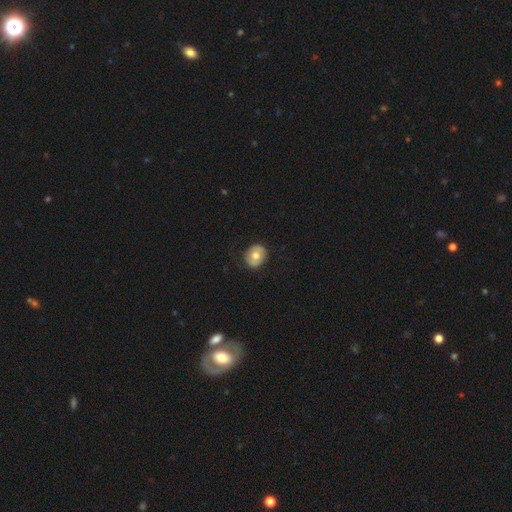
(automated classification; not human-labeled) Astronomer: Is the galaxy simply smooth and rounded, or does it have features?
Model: smooth — 62%.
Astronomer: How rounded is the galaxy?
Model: round — 72%.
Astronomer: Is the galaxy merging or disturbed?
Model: none — 84%.